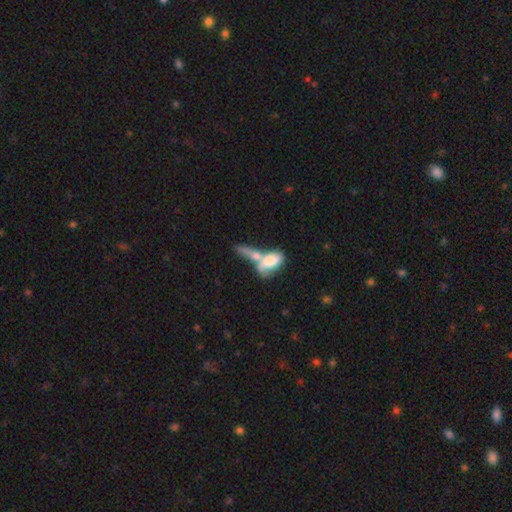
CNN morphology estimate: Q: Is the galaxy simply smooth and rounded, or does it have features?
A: smooth — 66%.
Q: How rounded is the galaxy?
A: in between — 74%.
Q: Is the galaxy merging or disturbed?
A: merger — 68%.